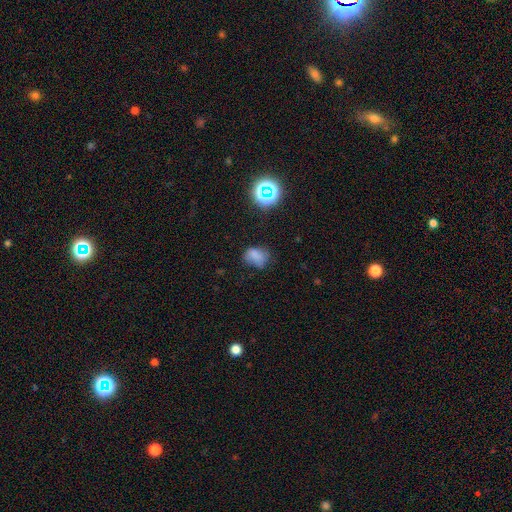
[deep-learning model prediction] Morphology: type=smooth (72%); roundness=in between (64%); merging=none (52%).